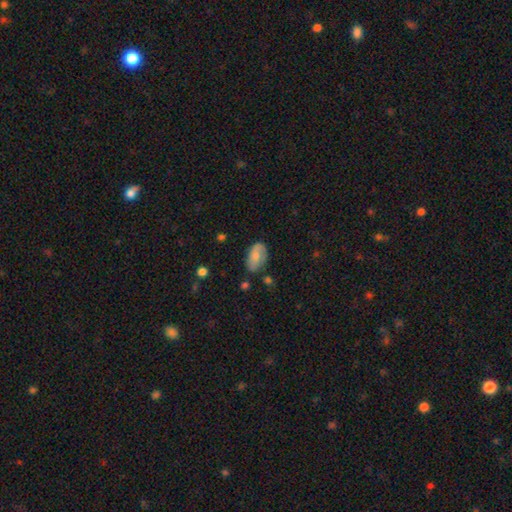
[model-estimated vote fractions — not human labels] This appears to be a smooth galaxy with no disk features (70%) that is in between round and cigar-shaped (92%). Merging: none (63%).